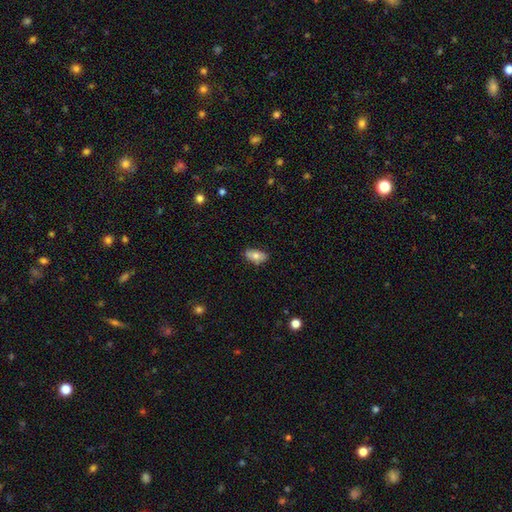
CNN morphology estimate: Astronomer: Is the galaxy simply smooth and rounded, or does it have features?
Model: smooth — 72%.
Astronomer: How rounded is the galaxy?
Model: in between — 90%.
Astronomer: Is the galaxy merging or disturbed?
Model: none — 78%.